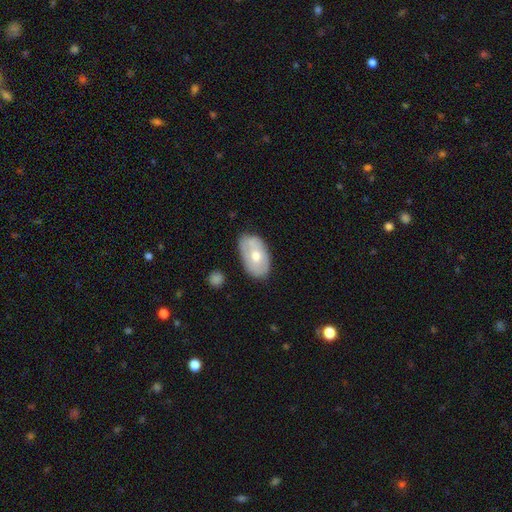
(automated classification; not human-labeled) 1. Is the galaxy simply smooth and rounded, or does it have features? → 53% smooth, 41% featured or disk, 6% star or artifact.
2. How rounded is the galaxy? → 92% in between, 7% round, 1% cigar-shaped.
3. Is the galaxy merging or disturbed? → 70% none, 23% minor disturbance, 5% major disturbance, 2% merger.